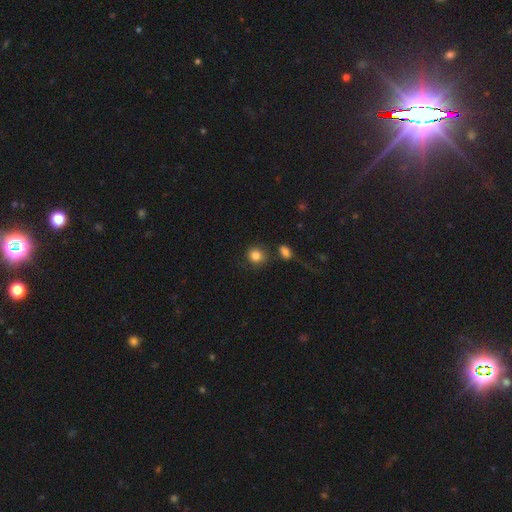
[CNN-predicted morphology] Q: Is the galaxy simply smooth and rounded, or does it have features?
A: smooth — 84%.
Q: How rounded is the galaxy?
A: round — 84%.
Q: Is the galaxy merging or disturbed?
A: none — 72%.